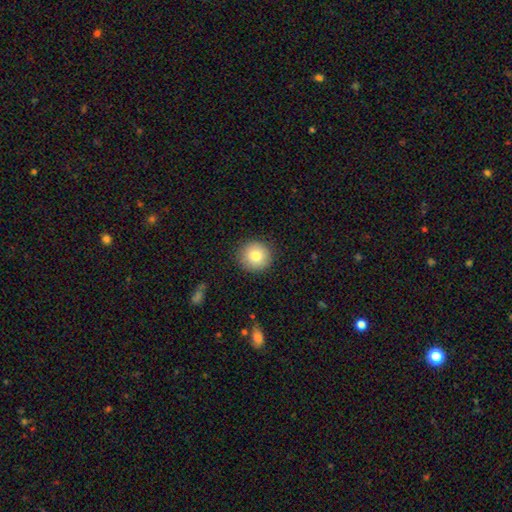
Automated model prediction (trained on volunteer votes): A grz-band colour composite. It shows a smooth galaxy with no disk features (81%) that is round (94%). Merging: none (90%).